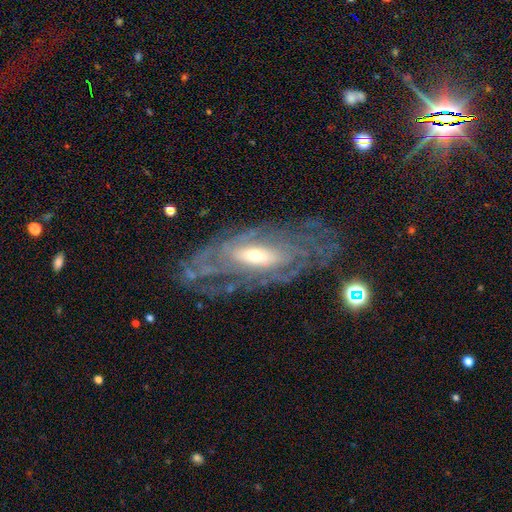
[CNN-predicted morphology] This is clearly a featured or disk galaxy (82%). It is clearly not viewed edge-on (85%). Bar: possibly no (52%). Spiral arm pattern: clearly yes (85%). Spiral arm count: possibly can't tell (54%). Spiral winding: likely tight (67%). Central bulge: possibly moderate (49%). Merging: likely none (67%).